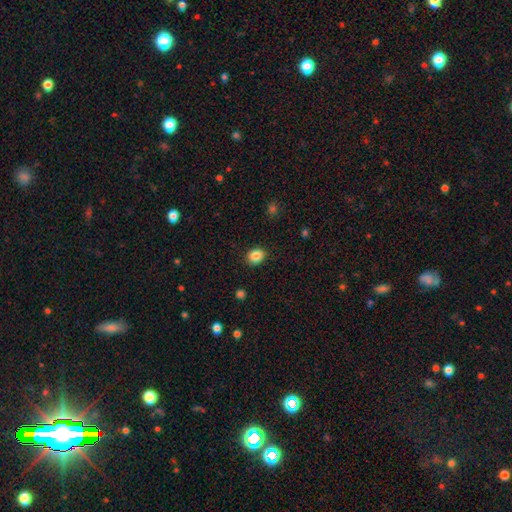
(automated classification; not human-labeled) Q: Smooth or featured?
A: smooth (86%); runner-up: star or artifact (10%)
Q: How rounded?
A: round (59%); runner-up: in between (40%)
Q: Merging?
A: none (89%); runner-up: minor disturbance (8%)